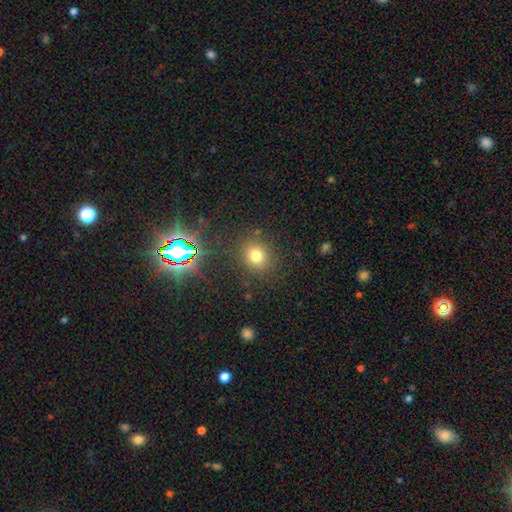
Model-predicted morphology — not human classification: This is likely a smooth galaxy (72%). How rounded: likely round (78%). Merging: clearly none (85%).